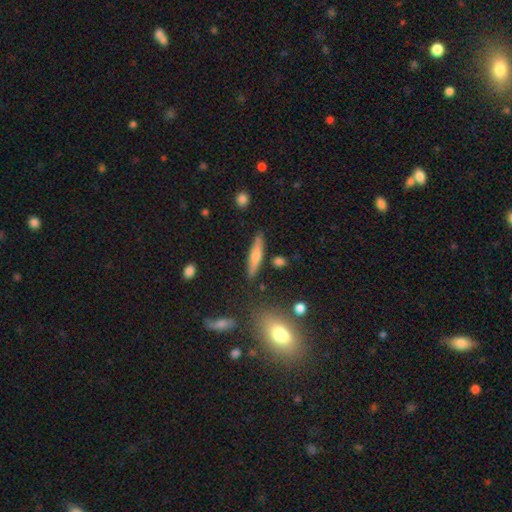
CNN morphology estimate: Smooth or featured: smooth — 53% (featured or disk — 39%)
How rounded: cigar-shaped — 81% (in between — 16%)
Merging: none — 84% (minor disturbance — 10%)